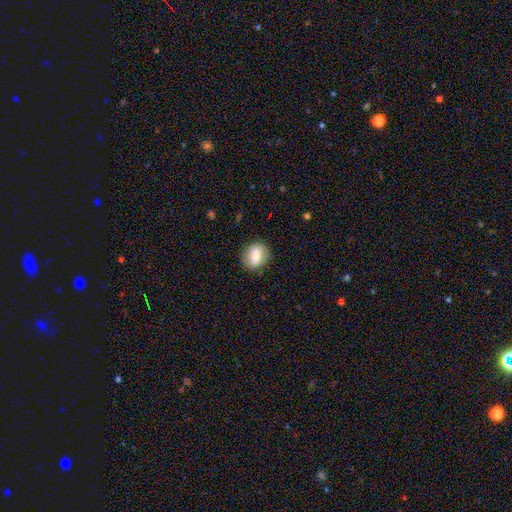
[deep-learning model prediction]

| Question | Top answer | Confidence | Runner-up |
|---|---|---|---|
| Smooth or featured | smooth | 77% | featured or disk (15%) |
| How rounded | round | 53% | in between (46%) |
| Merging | none | 83% | minor disturbance (12%) |